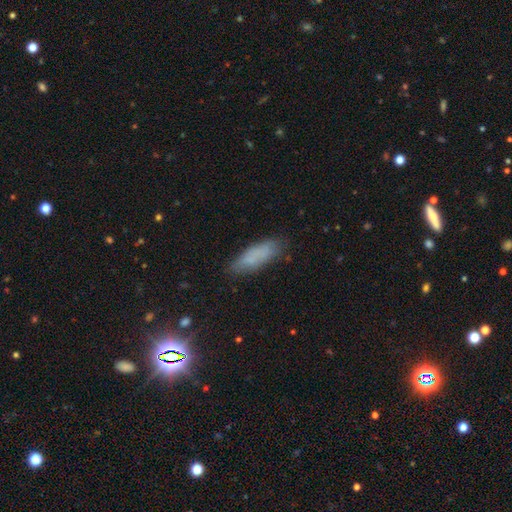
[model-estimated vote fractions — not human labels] This is likely a smooth galaxy (74%). How rounded: possibly in between (53%). Merging: likely none (76%).